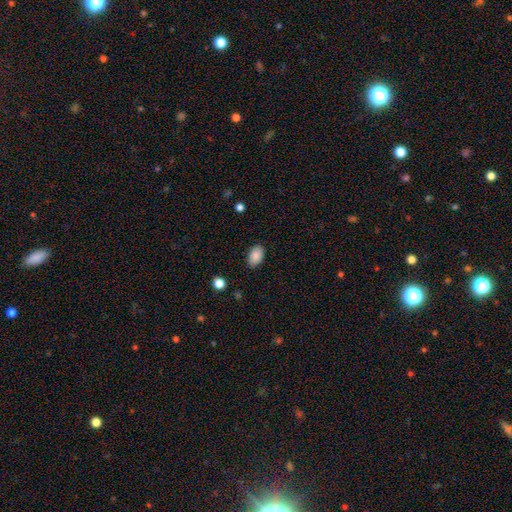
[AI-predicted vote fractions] smooth 89%, star or artifact 8%, featured or disk 4%. Down the decision tree: how rounded — in between (91%); merging — none (87%).